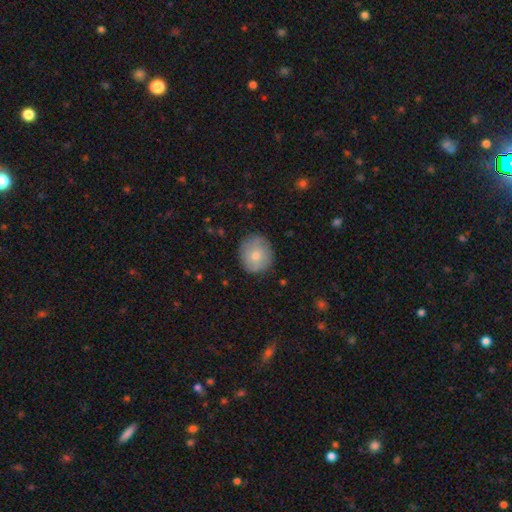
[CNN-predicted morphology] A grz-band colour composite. It shows a smooth galaxy with no disk features (70%) that is round (81%). Merging: none (82%).